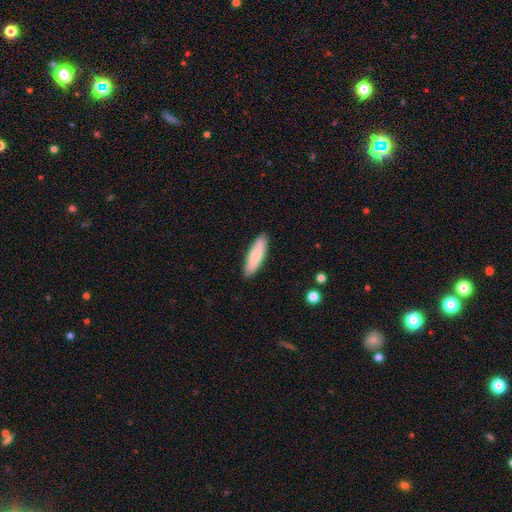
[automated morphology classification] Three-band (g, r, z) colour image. It shows a smooth galaxy with no disk features (80%) that is cigar-shaped (56%). Merging: none (88%).